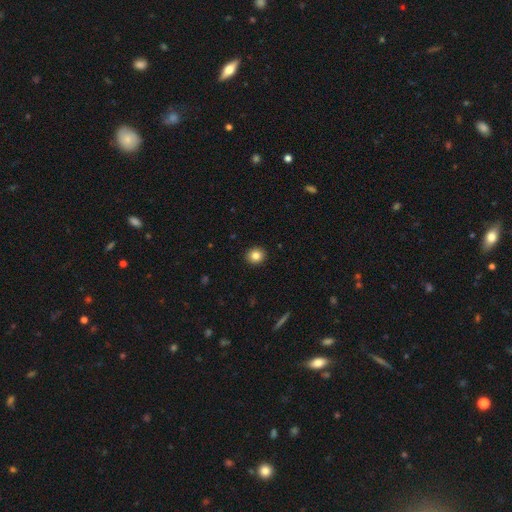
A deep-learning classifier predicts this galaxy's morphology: Smooth or featured? Predicted: smooth (p=0.83). How rounded? Predicted: round (p=0.86). Merging? Predicted: none (p=0.93).